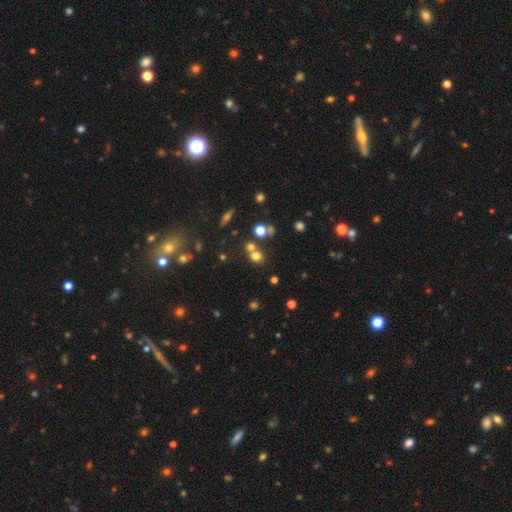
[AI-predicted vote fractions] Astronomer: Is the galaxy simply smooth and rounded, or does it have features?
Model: smooth — 67%.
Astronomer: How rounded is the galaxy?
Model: round — 82%.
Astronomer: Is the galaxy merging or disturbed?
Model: none — 56% (runner-up: merger, 32%).